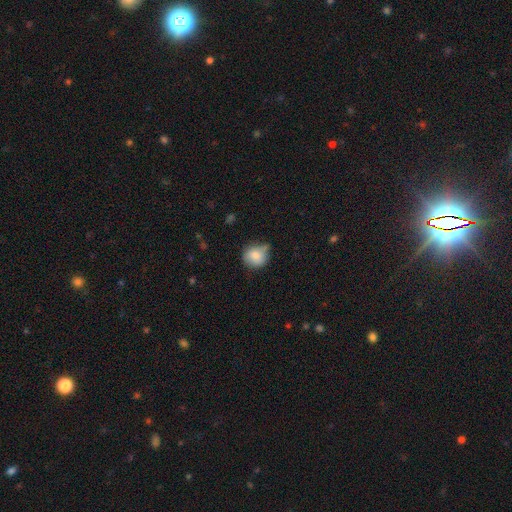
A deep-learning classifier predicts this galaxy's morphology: smooth 79%, featured or disk 12%, star or artifact 8%. Down the decision tree: how rounded — round (83%); merging — none (56%).